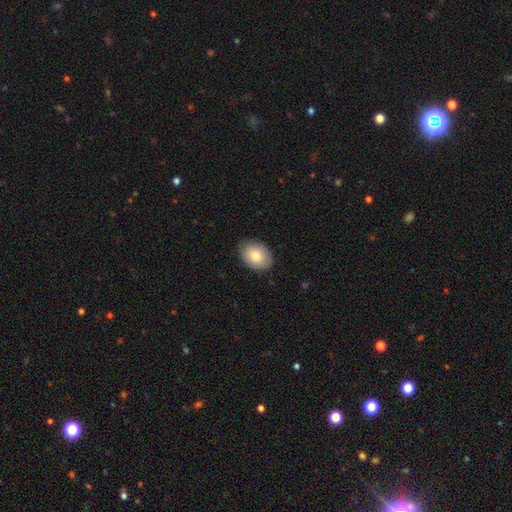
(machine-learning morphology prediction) The model was most divided on "how rounded": in between: 75%, round: 24%, cigar-shaped: 1%. More confident: merging — none (85%); smooth or featured — smooth (83%).